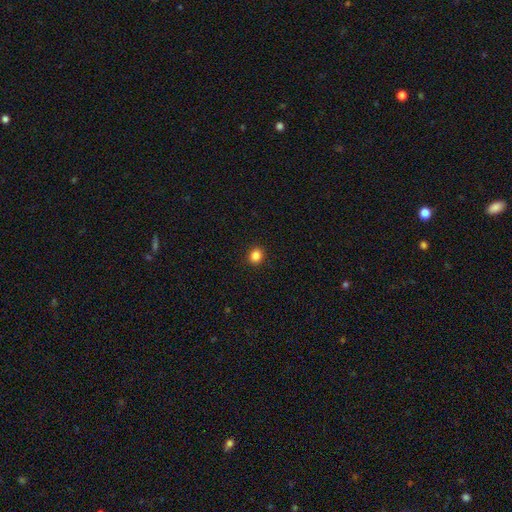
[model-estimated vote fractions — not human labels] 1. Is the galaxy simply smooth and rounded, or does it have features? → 85% smooth, 11% star or artifact, 4% featured or disk.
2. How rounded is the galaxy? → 81% round, 18% in between, 1% cigar-shaped.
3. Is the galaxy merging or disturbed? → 92% none, 5% minor disturbance, 2% major disturbance, 1% merger.